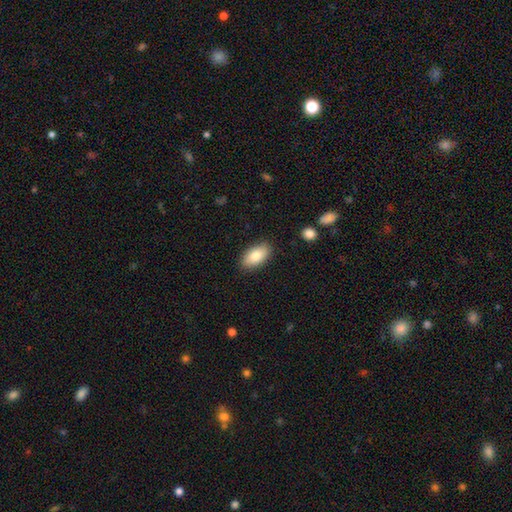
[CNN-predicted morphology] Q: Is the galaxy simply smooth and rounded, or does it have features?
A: smooth — 82%.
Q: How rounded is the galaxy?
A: in between — 93%.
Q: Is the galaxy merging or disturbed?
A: none — 87%.